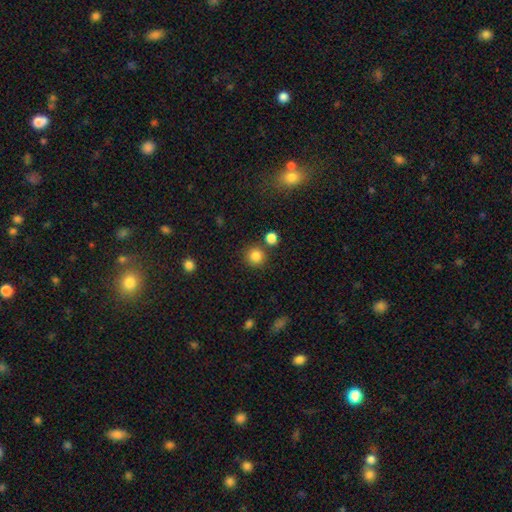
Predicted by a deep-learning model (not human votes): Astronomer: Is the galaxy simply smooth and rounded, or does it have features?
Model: smooth — 84%.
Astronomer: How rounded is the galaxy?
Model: round — 93%.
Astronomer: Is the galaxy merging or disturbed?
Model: none — 82%.